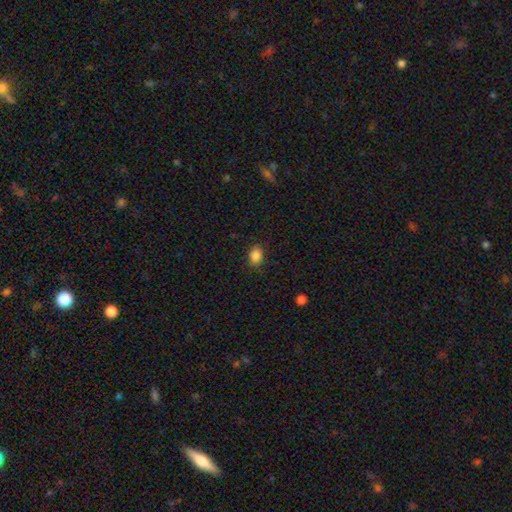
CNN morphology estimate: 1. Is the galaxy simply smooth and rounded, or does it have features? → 87% smooth, 9% star or artifact, 3% featured or disk.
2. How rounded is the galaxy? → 69% in between, 29% round, 1% cigar-shaped.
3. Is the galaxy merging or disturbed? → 86% none, 10% minor disturbance, 3% major disturbance, 1% merger.